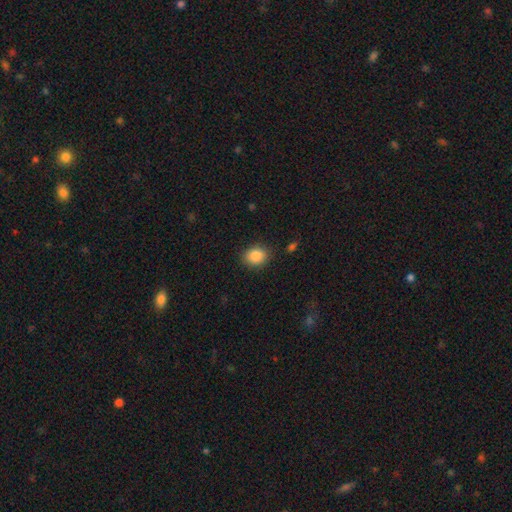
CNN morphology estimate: smooth-or-featured: smooth: 87% | star or artifact: 9% | featured or disk: 4%
  how-rounded: round: 56% | in between: 43% | cigar-shaped: 1%
  merging: none: 85% | minor disturbance: 11% | major disturbance: 3% | merger: 2%